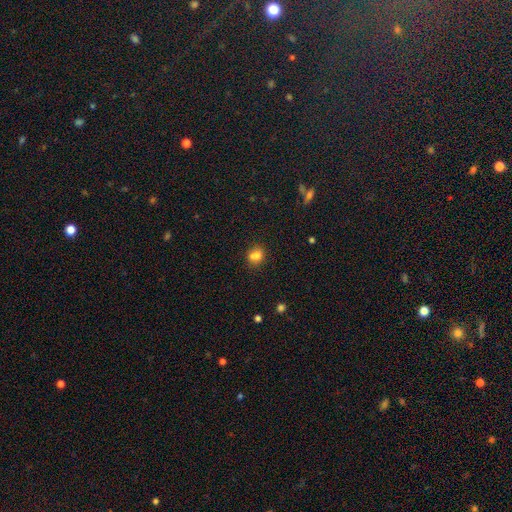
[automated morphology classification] Smooth or featured? Predicted: smooth (p=0.76). How rounded? Predicted: round (p=0.65). Merging? Predicted: none (p=0.49).